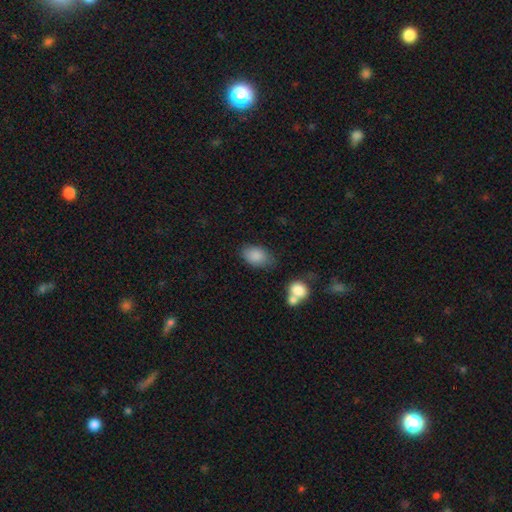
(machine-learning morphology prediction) Overall: smooth (87%). How rounded: in between (88%). Merging: none (73%).